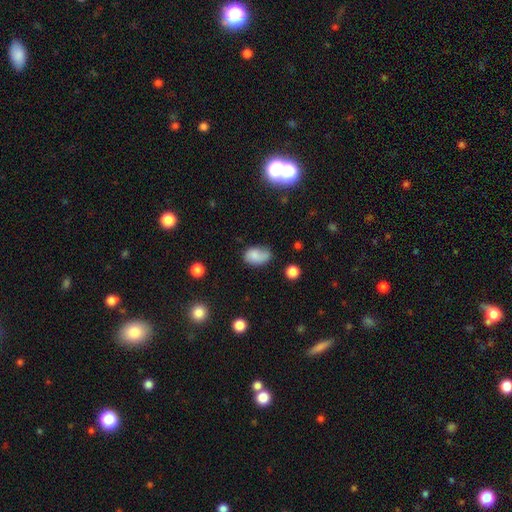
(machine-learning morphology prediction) Overall: smooth (75%). How rounded: in between (85%). Merging: none (45%; minor disturbance 35%).